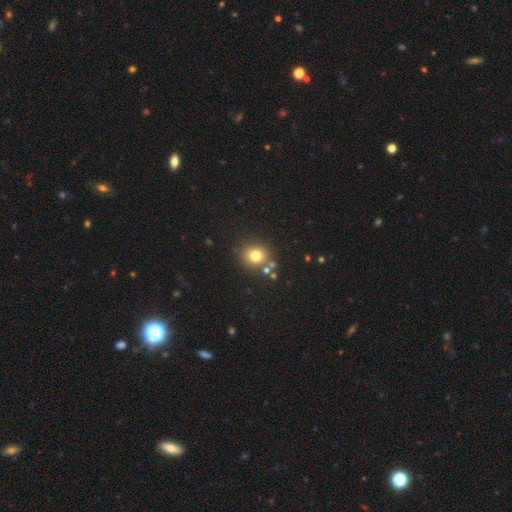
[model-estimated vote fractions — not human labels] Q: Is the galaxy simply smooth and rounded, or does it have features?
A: smooth — 76%.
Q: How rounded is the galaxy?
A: round — 86%.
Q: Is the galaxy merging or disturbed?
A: none — 78%.